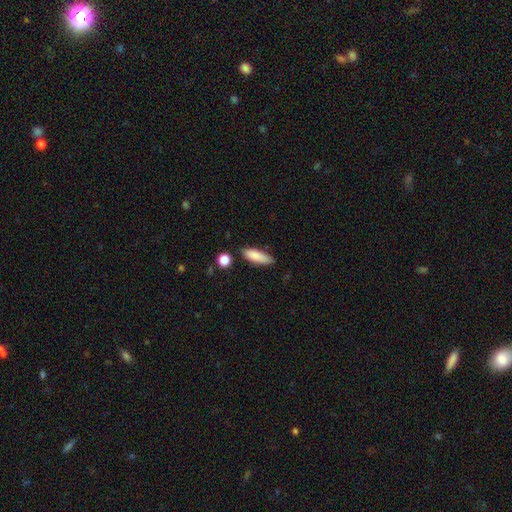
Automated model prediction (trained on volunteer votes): Smooth or featured?
  - smooth: 86% *
  - featured or disk: 7%
  - star or artifact: 7%
How rounded?
  - in between: 53% *
  - cigar-shaped: 45%
  - round: 2%
Merging?
  - none: 73% *
  - minor disturbance: 20%
  - merger: 4%
  - major disturbance: 4%